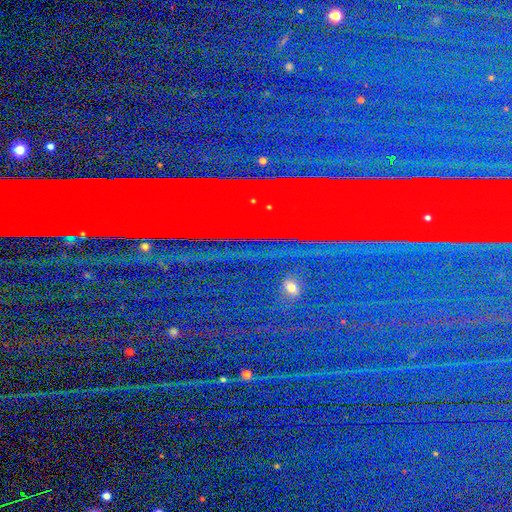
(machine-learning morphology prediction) type=star or artifact (86%).